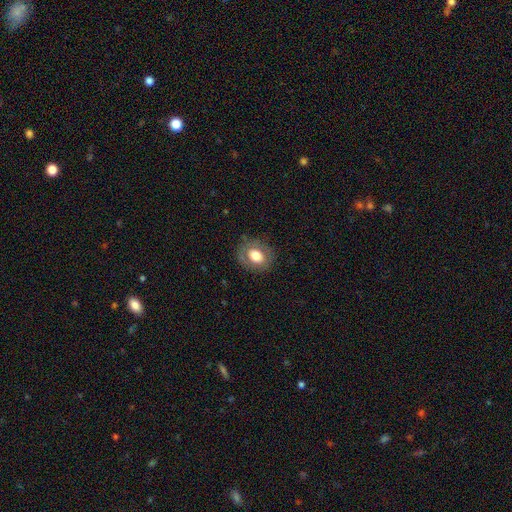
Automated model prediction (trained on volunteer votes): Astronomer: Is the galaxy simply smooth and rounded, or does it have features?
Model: smooth — 67%.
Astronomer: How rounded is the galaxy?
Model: in between — 51% (runner-up: round, 48%).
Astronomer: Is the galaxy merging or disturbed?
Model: none — 79%.